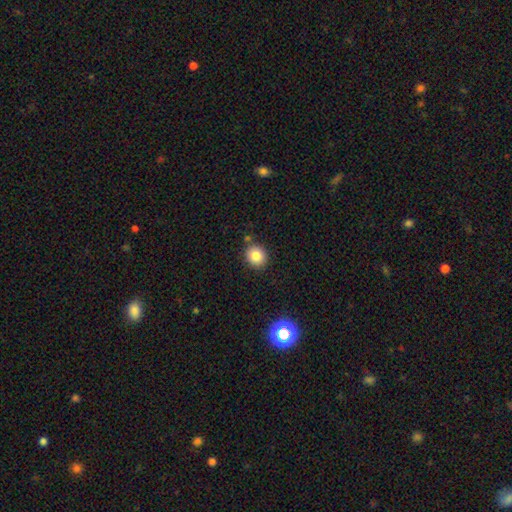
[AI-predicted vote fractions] Smooth or featured: smooth — 83% (star or artifact — 11%)
How rounded: round — 83% (in between — 16%)
Merging: none — 83% (minor disturbance — 10%)